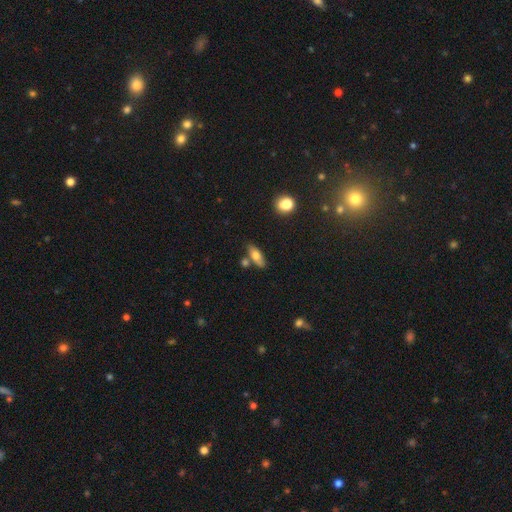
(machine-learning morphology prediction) Q: Smooth or featured?
A: smooth (68%); runner-up: featured or disk (24%)
Q: How rounded?
A: in between (74%); runner-up: cigar-shaped (22%)
Q: Merging?
A: none (69%); runner-up: merger (14%)